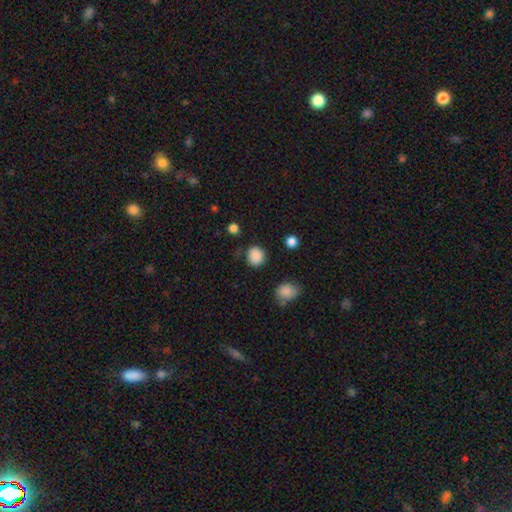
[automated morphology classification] Smooth or featured? Predicted: smooth (p=0.87). How rounded? Predicted: round (p=0.77). Merging? Predicted: none (p=0.81).